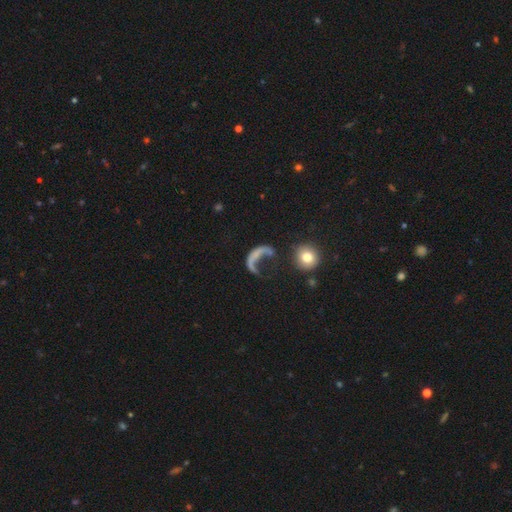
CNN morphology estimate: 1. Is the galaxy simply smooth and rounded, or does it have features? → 51% featured or disk, 36% smooth, 12% star or artifact.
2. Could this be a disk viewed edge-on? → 92% no, 8% yes.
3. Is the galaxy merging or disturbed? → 54% major disturbance, 27% none, 10% minor disturbance, 9% merger.